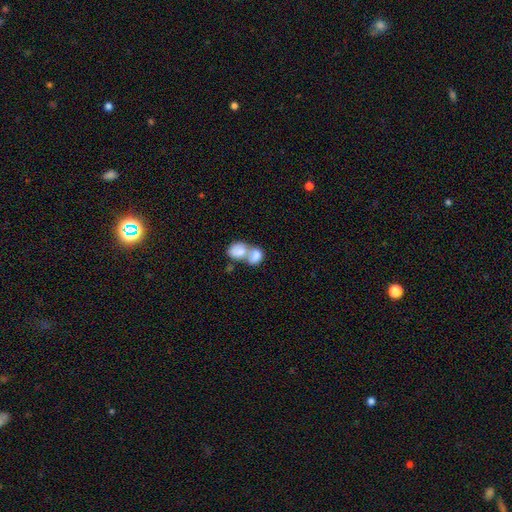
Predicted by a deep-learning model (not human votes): smooth 78%, featured or disk 15%, star or artifact 6%. Down the decision tree: how rounded — in between (72%); merging — merger (80%).